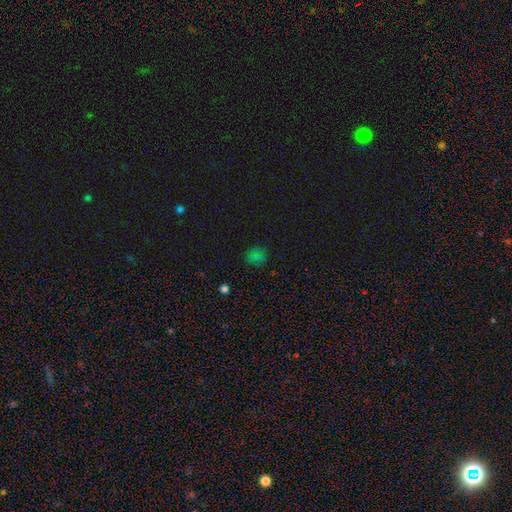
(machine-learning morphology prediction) Q: Smooth or featured?
A: smooth (62%); runner-up: star or artifact (31%)
Q: How rounded?
A: round (66%); runner-up: in between (33%)
Q: Merging?
A: none (79%); runner-up: minor disturbance (15%)